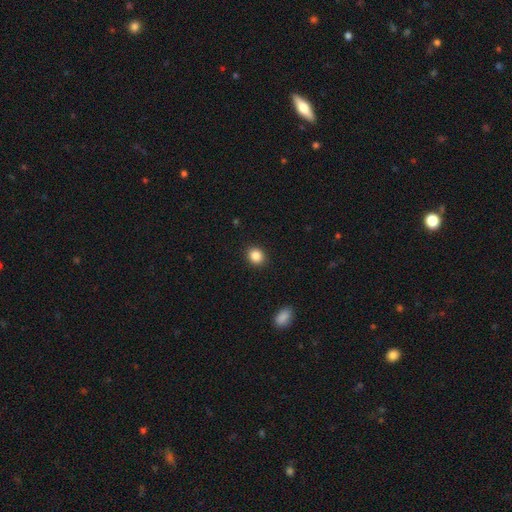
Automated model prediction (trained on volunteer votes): Smooth or featured?
  - smooth: 87% *
  - star or artifact: 10%
  - featured or disk: 4%
How rounded?
  - round: 75% *
  - in between: 24%
  - cigar-shaped: 1%
Merging?
  - none: 91% *
  - minor disturbance: 6%
  - major disturbance: 2%
  - merger: 1%